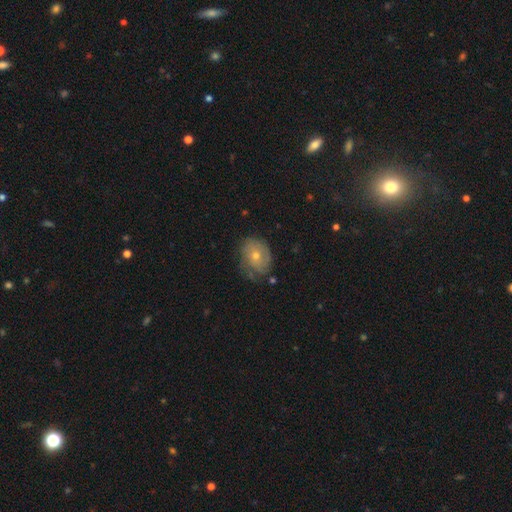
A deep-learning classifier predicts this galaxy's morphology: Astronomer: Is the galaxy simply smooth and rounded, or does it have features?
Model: featured or disk — 59%.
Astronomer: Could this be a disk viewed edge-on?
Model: no — 96%.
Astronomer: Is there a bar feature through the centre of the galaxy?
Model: no — 77%.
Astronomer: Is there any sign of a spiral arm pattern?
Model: yes — 78%.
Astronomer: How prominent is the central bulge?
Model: moderate — 52% (runner-up: small, 44%).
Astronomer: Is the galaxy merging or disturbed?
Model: none — 65%.